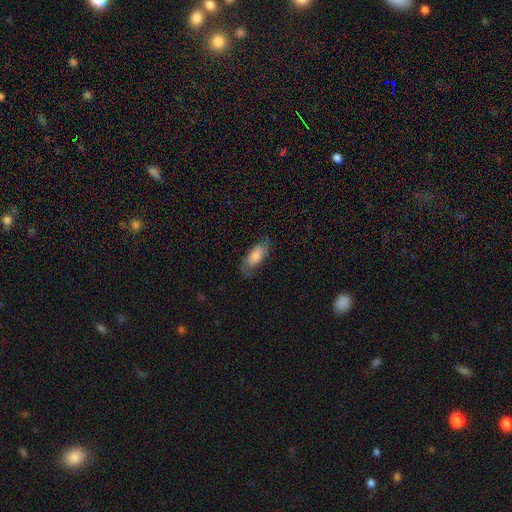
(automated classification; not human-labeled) Smooth or featured: smooth — 57% (featured or disk — 36%)
How rounded: in between — 83% (cigar-shaped — 14%)
Merging: none — 70% (minor disturbance — 21%)